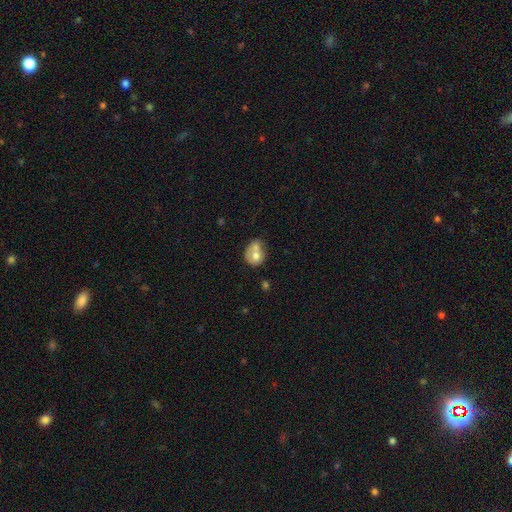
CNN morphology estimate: Smooth or featured? smooth (64%)
How rounded? round (56%)
Merging? merger (56%)